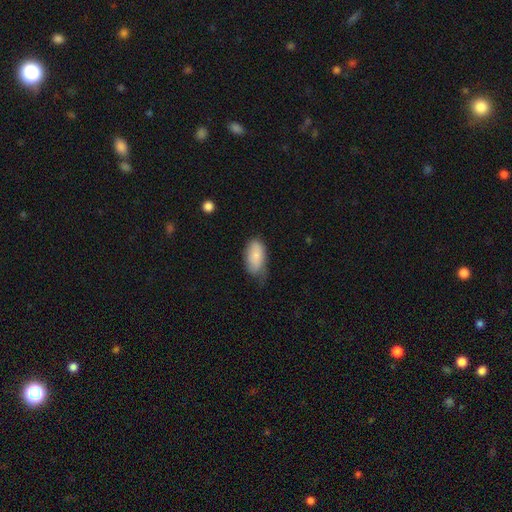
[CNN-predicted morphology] Smooth or featured? smooth (82%)
How rounded? in between (93%)
Merging? none (43%)